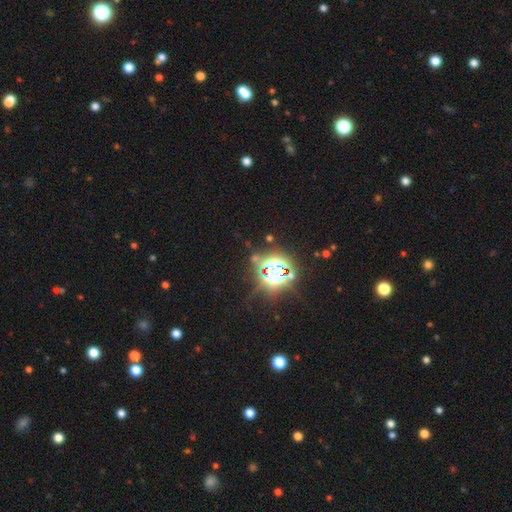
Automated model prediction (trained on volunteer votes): Morphology: type=star or artifact (83%).